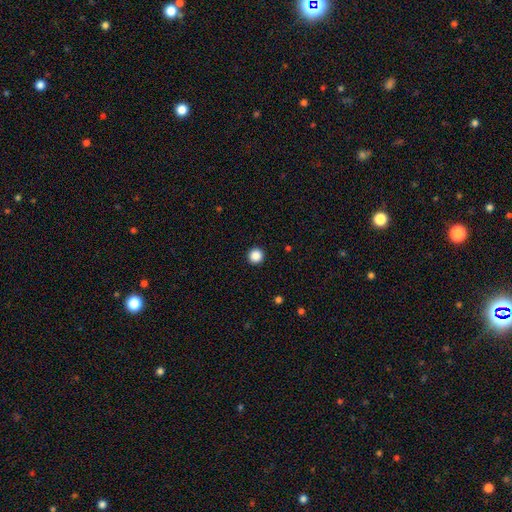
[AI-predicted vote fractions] This is clearly a smooth galaxy (87%). How rounded: clearly round (96%). Merging: clearly none (94%).